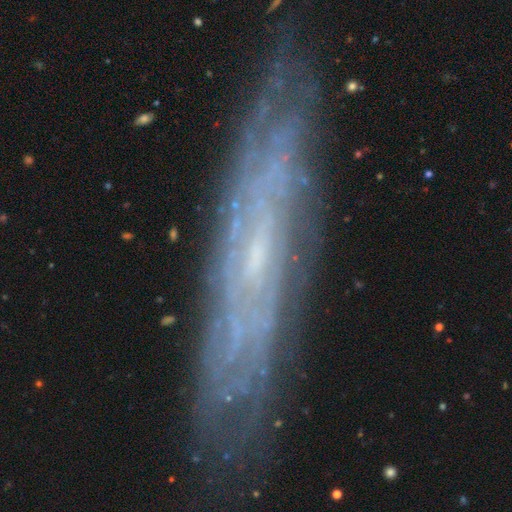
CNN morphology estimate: smooth-or-featured: featured or disk: 74% | smooth: 16% | star or artifact: 9%
  disk-edge-on: no: 52% | yes: 48%
  merging: none: 77% | minor disturbance: 16% | major disturbance: 5% | merger: 2%